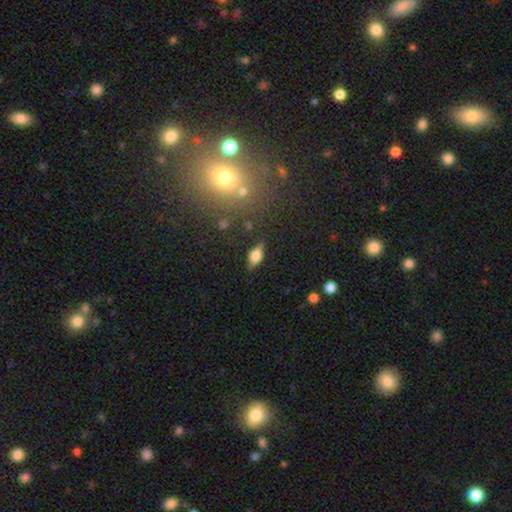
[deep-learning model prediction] Smooth or featured? Predicted: smooth (p=0.57). How rounded? Predicted: in between (p=0.78). Merging? Predicted: none (p=0.81).